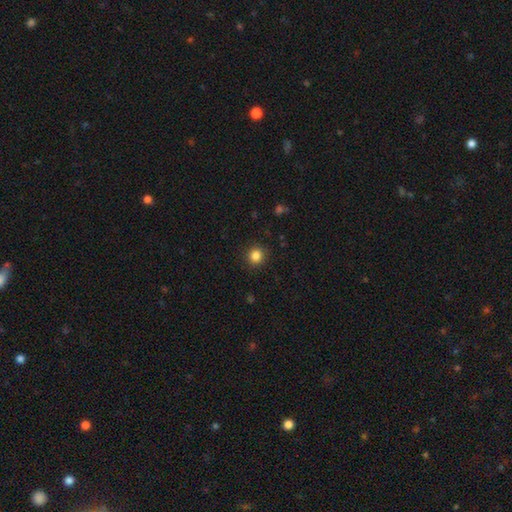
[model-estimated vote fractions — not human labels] Smooth or featured: smooth — 85% (star or artifact — 11%)
How rounded: round — 89% (in between — 10%)
Merging: none — 90% (minor disturbance — 7%)